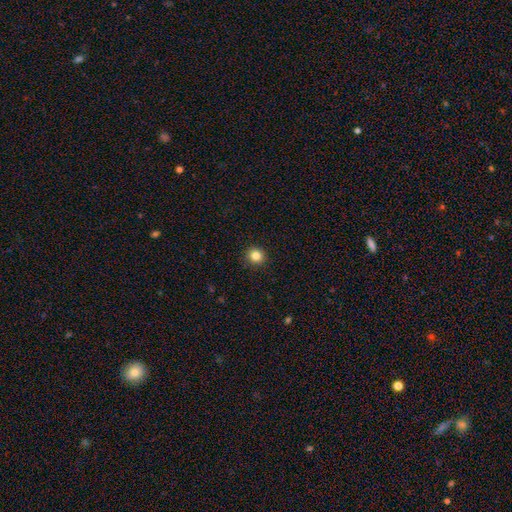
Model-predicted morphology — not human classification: The model was most divided on "smooth or featured": smooth: 84%, star or artifact: 12%, featured or disk: 5%. More confident: merging — none (92%); how rounded — round (91%).